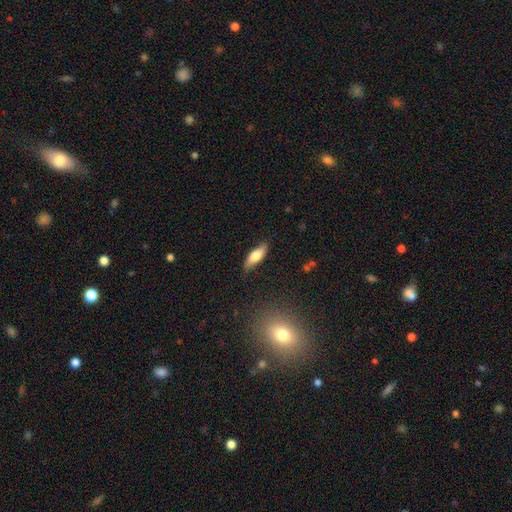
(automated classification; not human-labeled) The model was most divided on "how rounded": in between: 53%, cigar-shaped: 44%, round: 3%. More confident: merging — none (81%); smooth or featured — smooth (62%).